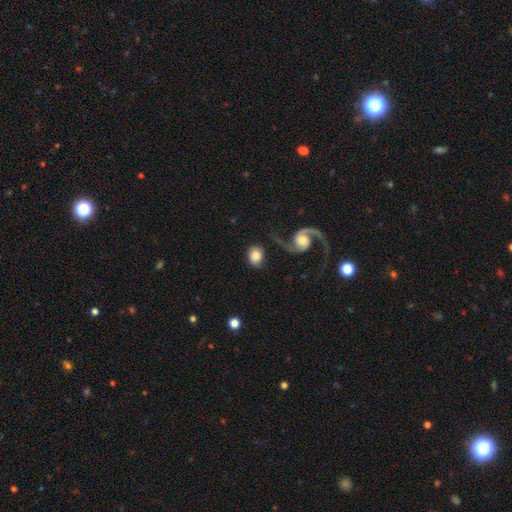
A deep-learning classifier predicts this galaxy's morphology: The model was most divided on "how rounded": round: 50%, in between: 48%, cigar-shaped: 1%. More confident: smooth or featured — smooth (71%); merging — none (66%).